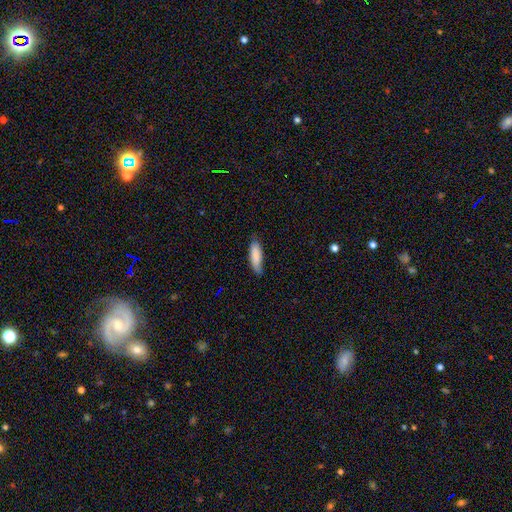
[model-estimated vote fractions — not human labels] This is clearly a smooth galaxy (85%). How rounded: possibly cigar-shaped (54%). Merging: likely none (72%).